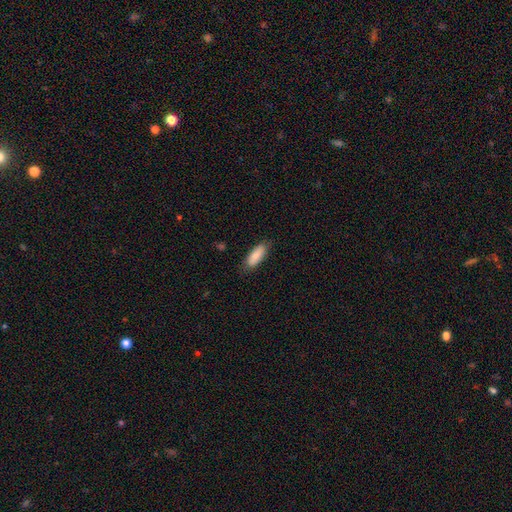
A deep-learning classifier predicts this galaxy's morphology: Overall: smooth (85%). How rounded: in between (71%). Merging: none (81%).